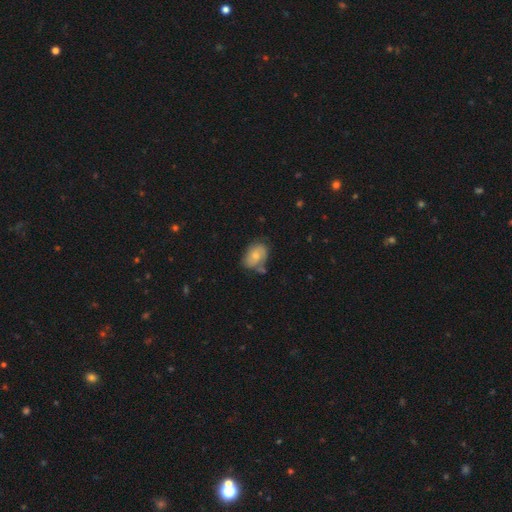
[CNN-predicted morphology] smooth 68%, featured or disk 25%, star or artifact 7%. Down the decision tree: how rounded — in between (84%); merging — none (53%).